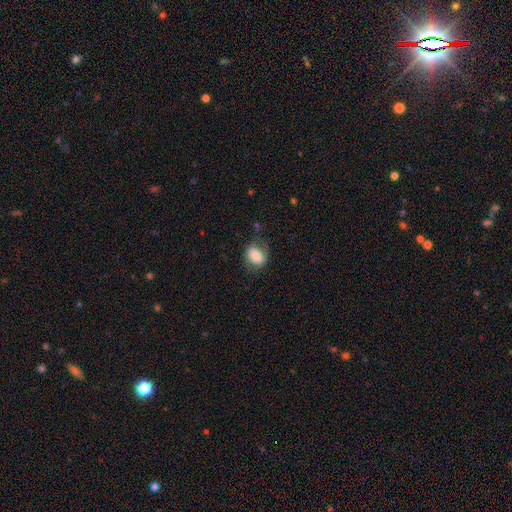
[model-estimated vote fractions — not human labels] This is likely a smooth galaxy (77%). How rounded: likely in between (65%). Merging: likely none (65%).